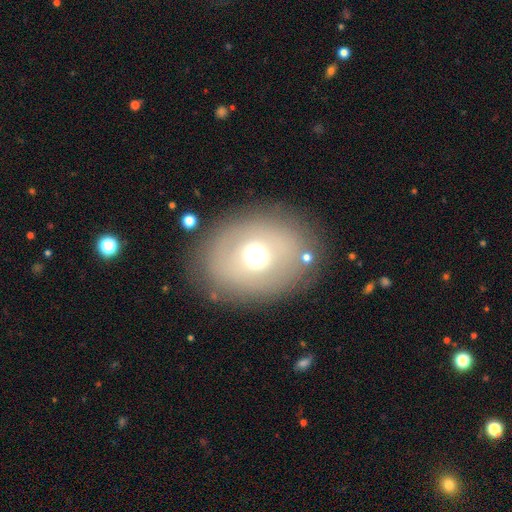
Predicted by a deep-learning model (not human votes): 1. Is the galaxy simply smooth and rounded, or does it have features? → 56% smooth, 31% featured or disk, 13% star or artifact.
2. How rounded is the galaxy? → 55% in between, 43% round, 1% cigar-shaped.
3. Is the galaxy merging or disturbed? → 80% none, 11% minor disturbance, 6% major disturbance, 3% merger.